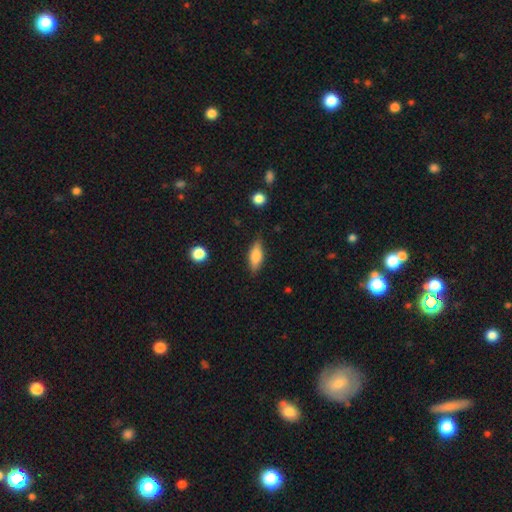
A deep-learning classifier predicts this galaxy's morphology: A smooth galaxy with no disk features (71%) that is in between round and cigar-shaped (69%). Merging: none (82%).